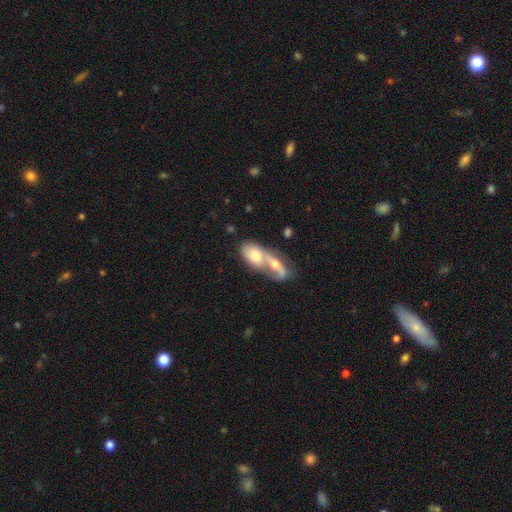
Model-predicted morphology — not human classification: smooth_or_featured: smooth (p=0.58) [alt: featured or disk p=0.35]
how_rounded: in between (p=0.85) [alt: round p=0.08]
merging: merger (p=0.79) [alt: none p=0.11]